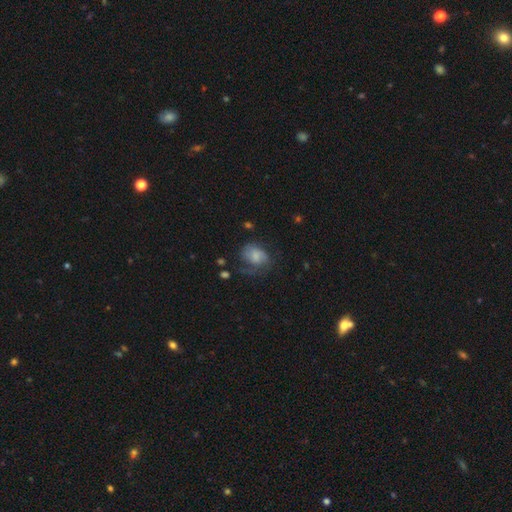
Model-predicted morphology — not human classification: Smooth or featured? smooth (58%)
How rounded? in between (59%)
Merging? none (37%)